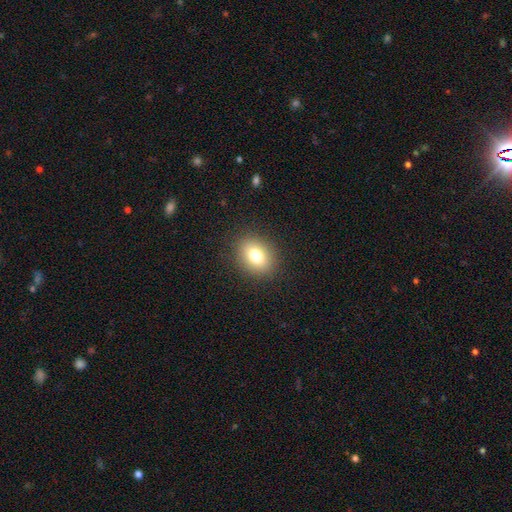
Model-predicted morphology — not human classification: This is likely a smooth galaxy (78%). How rounded: possibly in between (58%). Merging: clearly none (88%).